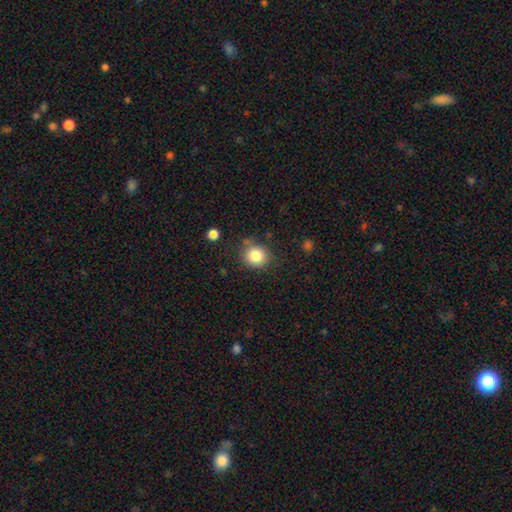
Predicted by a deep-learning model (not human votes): This appears to be a smooth galaxy with no disk features (83%) that is round (84%). Merging: none (78%).